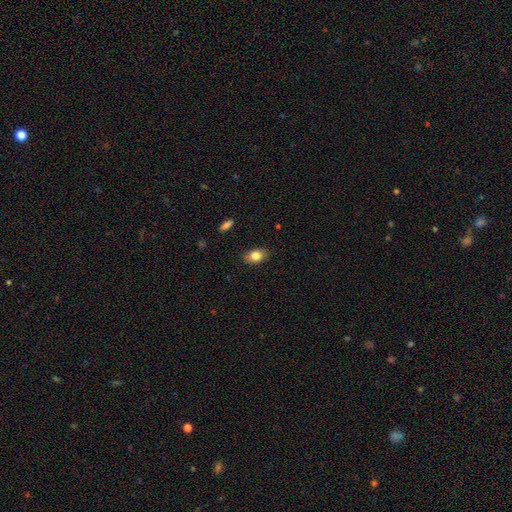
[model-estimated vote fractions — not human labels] A smooth galaxy with no disk features (83%) that is in between round and cigar-shaped (78%).

Vote fractions:
- Smooth or featured? smooth: 83% / star or artifact: 9% / featured or disk: 8%
- How rounded? in between: 78% / round: 20% / cigar-shaped: 2%
- Merging? none: 84% / minor disturbance: 12% / major disturbance: 2% / merger: 1%